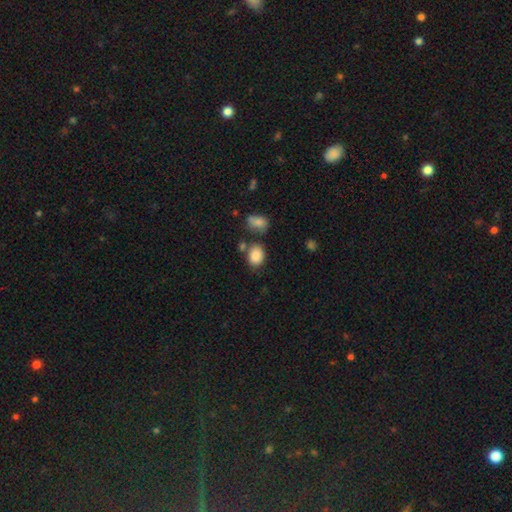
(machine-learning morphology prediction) A smooth galaxy with no disk features (86%) that is in between round and cigar-shaped (61%). Merging: none (64%).